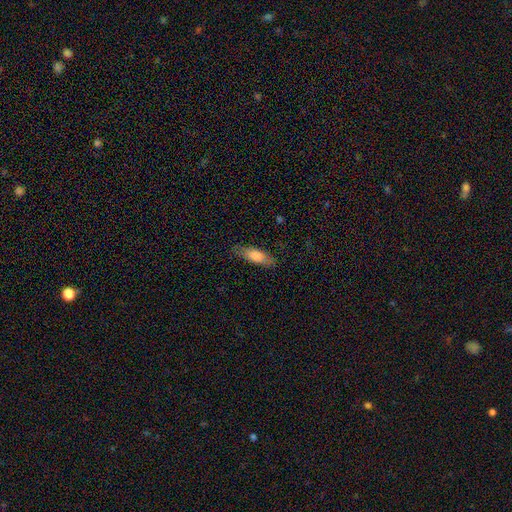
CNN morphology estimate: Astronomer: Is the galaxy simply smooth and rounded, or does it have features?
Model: smooth — 77%.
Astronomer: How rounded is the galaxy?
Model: in between — 54% (runner-up: cigar-shaped, 44%).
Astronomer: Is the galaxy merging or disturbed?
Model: none — 80%.